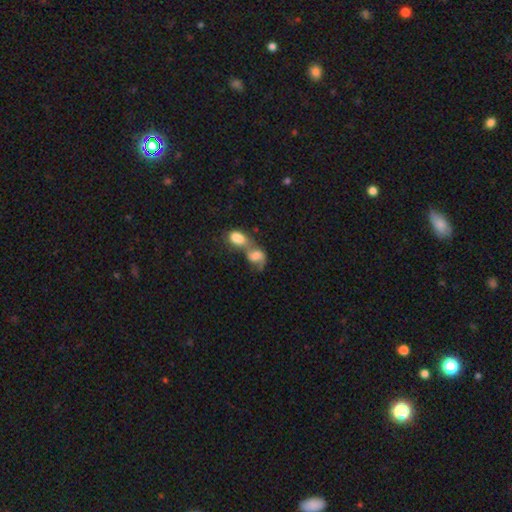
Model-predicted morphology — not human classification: Smooth or featured: featured or disk — 46% (smooth — 44%)
Merging: merger — 77% (none — 11%)